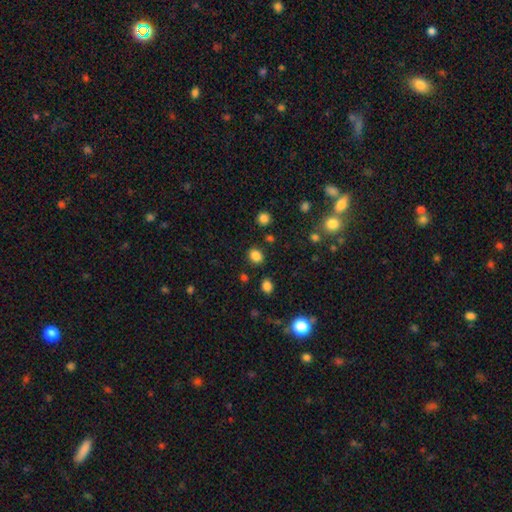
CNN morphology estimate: smooth 84%, star or artifact 12%, featured or disk 4%. Down the decision tree: how rounded — round (60%); merging — none (86%).